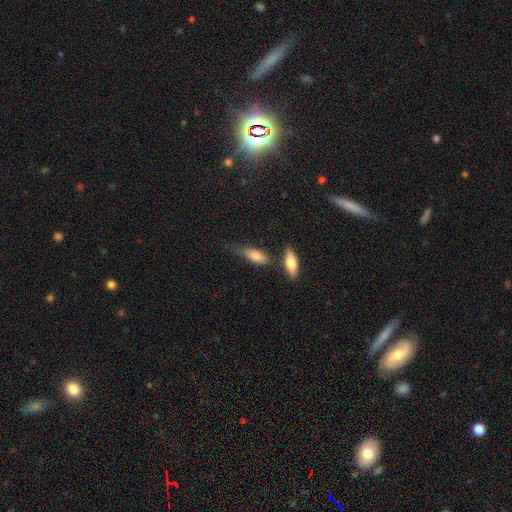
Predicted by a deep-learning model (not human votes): Smooth or featured? Predicted: smooth (p=0.76). How rounded? Predicted: in between (p=0.62). Merging? Predicted: none (p=0.48).